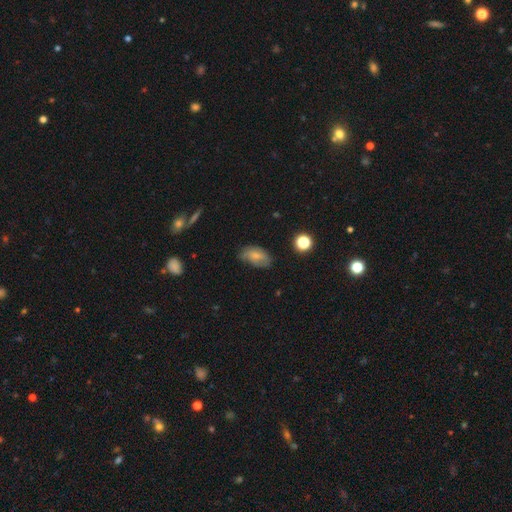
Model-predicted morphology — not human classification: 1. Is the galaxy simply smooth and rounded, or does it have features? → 63% smooth, 28% featured or disk, 10% star or artifact.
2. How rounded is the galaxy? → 90% in between, 7% round, 3% cigar-shaped.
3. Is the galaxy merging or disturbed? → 56% none, 33% minor disturbance, 10% major disturbance, 2% merger.